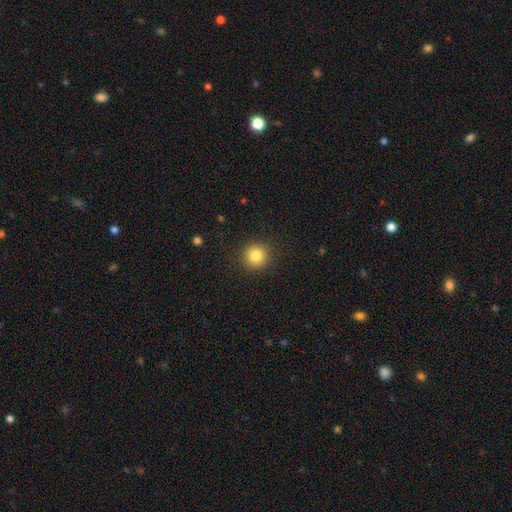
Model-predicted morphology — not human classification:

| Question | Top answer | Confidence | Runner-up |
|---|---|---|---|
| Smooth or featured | smooth | 83% | star or artifact (11%) |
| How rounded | round | 94% | in between (5%) |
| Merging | none | 91% | minor disturbance (6%) |